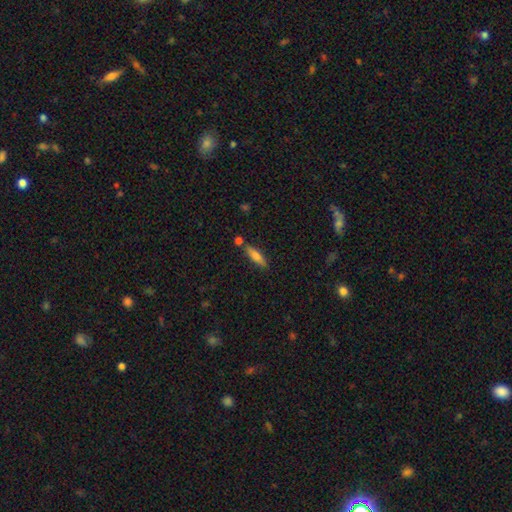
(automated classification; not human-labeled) Morphology: type=smooth (73%); roundness=cigar-shaped (68%); merging=none (76%).